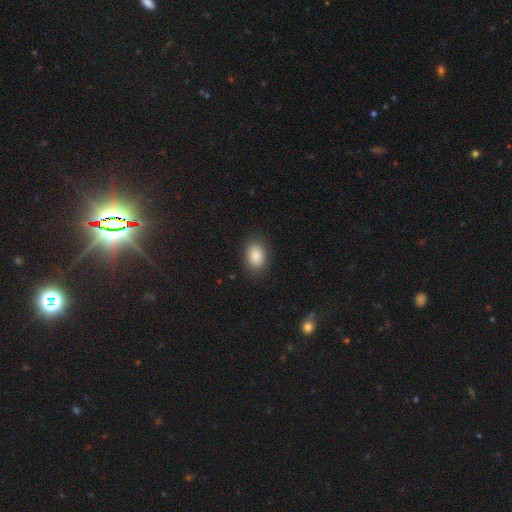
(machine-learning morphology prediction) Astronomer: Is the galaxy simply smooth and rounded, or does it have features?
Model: smooth — 88%.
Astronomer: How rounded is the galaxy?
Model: in between — 80%.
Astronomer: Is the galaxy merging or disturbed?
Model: none — 87%.